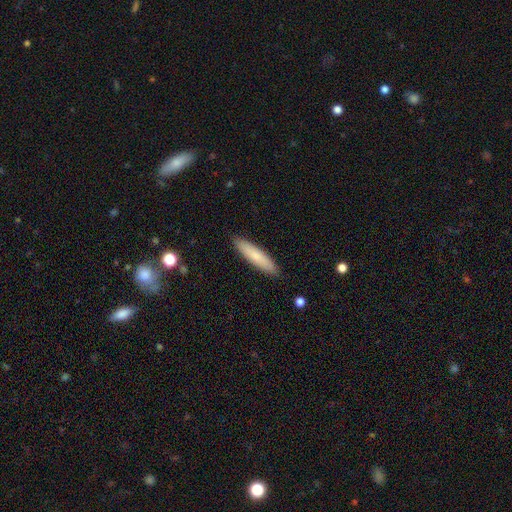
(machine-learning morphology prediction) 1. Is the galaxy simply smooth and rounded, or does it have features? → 77% smooth, 17% featured or disk, 6% star or artifact.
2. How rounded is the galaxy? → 82% cigar-shaped, 17% in between, 1% round.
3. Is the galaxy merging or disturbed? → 90% none, 7% minor disturbance, 1% major disturbance, 1% merger.